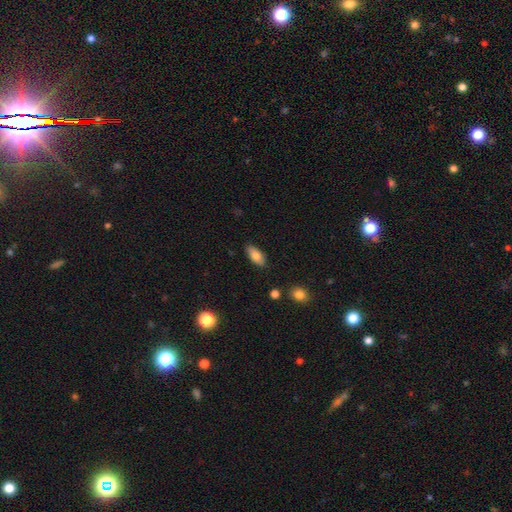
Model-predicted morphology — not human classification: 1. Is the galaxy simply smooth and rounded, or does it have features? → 81% smooth, 12% featured or disk, 7% star or artifact.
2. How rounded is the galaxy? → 86% in between, 11% cigar-shaped, 3% round.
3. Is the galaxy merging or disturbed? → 86% none, 10% minor disturbance, 2% major disturbance, 2% merger.